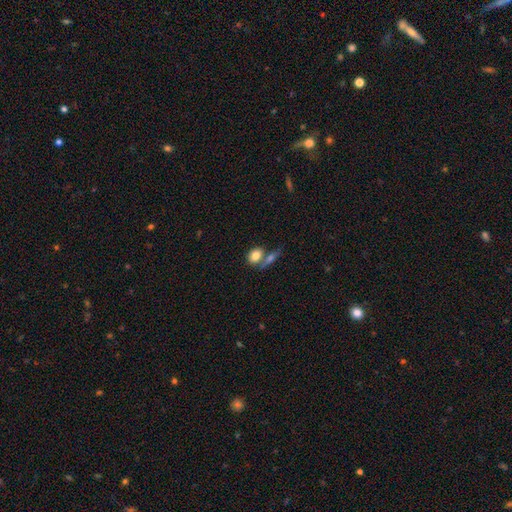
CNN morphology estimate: smooth-or-featured: smooth: 80% | featured or disk: 12% | star or artifact: 8%
  how-rounded: in between: 72% | round: 25% | cigar-shaped: 3%
  merging: none: 43% | merger: 40% | minor disturbance: 12% | major disturbance: 5%